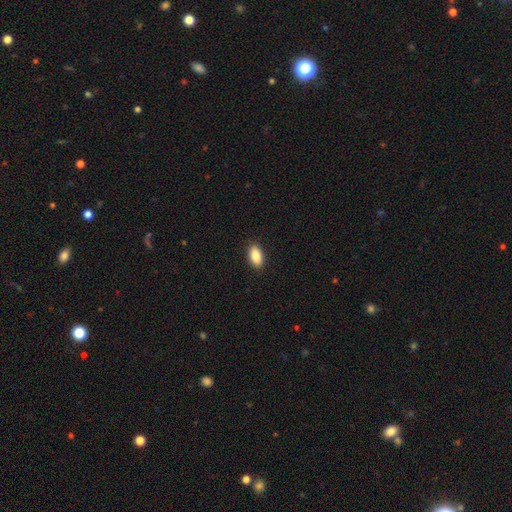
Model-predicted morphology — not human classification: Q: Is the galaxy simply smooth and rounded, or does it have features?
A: smooth — 87%.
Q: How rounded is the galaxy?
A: in between — 91%.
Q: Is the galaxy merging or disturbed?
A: none — 90%.